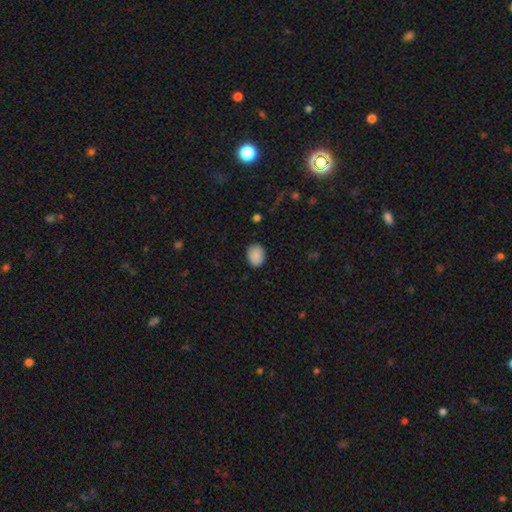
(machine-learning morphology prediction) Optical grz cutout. It shows a smooth galaxy with no disk features (89%) that is in between round and cigar-shaped (59%). Merging: none (86%).